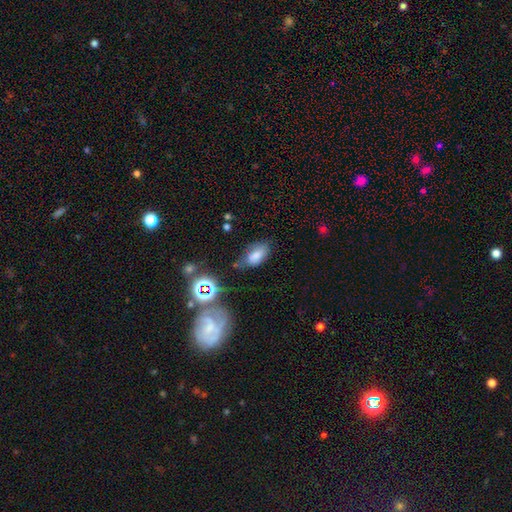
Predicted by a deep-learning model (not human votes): smooth-or-featured: smooth: 72% | star or artifact: 14% | featured or disk: 14%
  how-rounded: in between: 91% | round: 5% | cigar-shaped: 3%
  merging: none: 55% | minor disturbance: 28% | major disturbance: 11% | merger: 6%